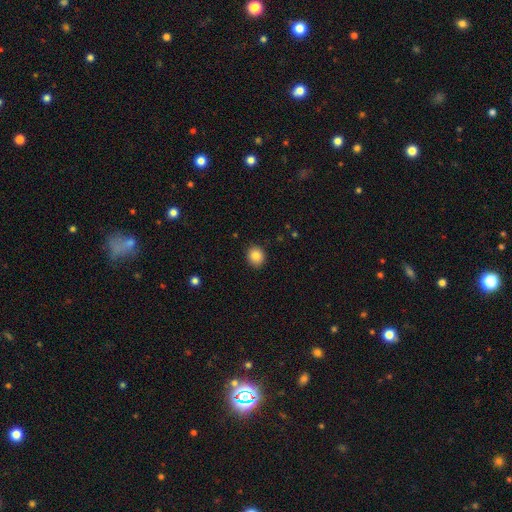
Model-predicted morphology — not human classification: Q: Smooth or featured?
A: smooth (85%); runner-up: star or artifact (9%)
Q: How rounded?
A: round (79%); runner-up: in between (20%)
Q: Merging?
A: none (90%); runner-up: minor disturbance (7%)